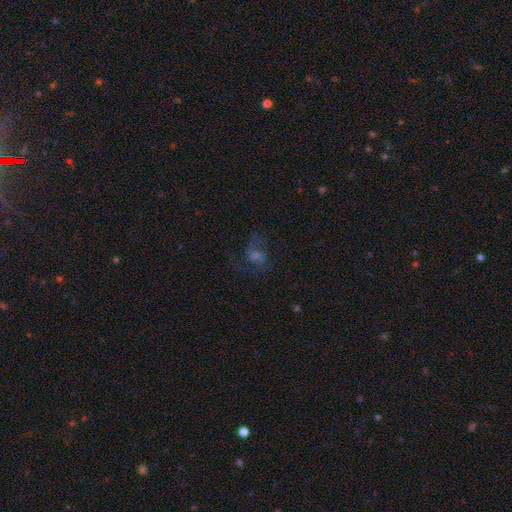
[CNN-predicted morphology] This is possibly a featured or disk galaxy (52%). It is clearly not viewed edge-on (96%). Bar: possibly no (55%). Spiral arm pattern: clearly yes (81%). Central bulge: marginally moderate (32%). Merging: possibly none (57%).